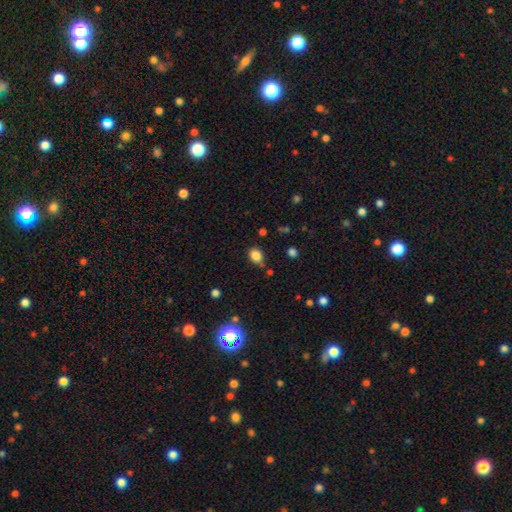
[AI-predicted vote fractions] This is clearly a smooth galaxy (84%). How rounded: likely in between (65%). Merging: likely none (73%).